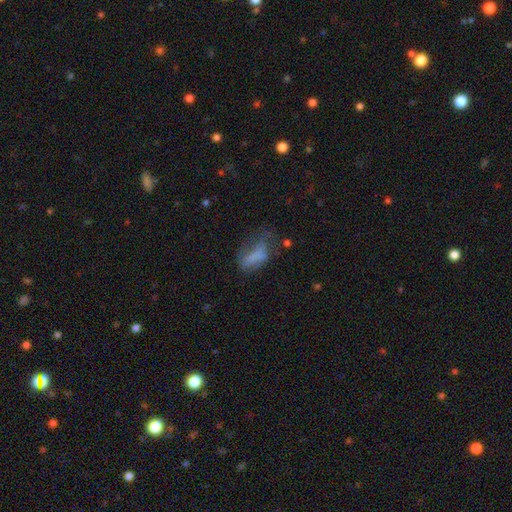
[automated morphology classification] type=smooth (58%); roundness=in between (80%); merging=major disturbance (41%).